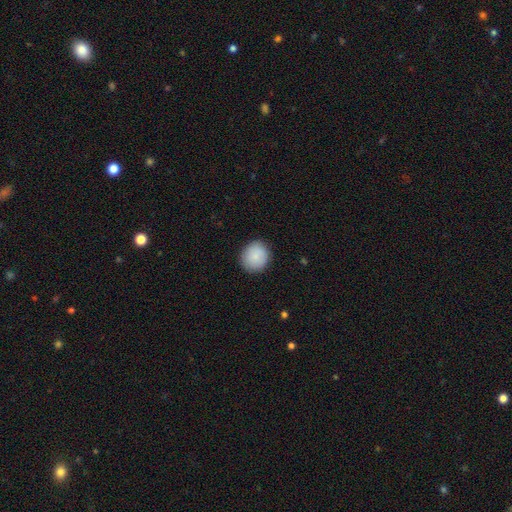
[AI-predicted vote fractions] A smooth galaxy with no disk features (88%) that is round (78%).

Vote fractions:
- Smooth or featured? smooth: 88% / star or artifact: 7% / featured or disk: 5%
- How rounded? round: 78% / in between: 21% / cigar-shaped: 1%
- Merging? none: 88% / minor disturbance: 9% / major disturbance: 2% / merger: 1%